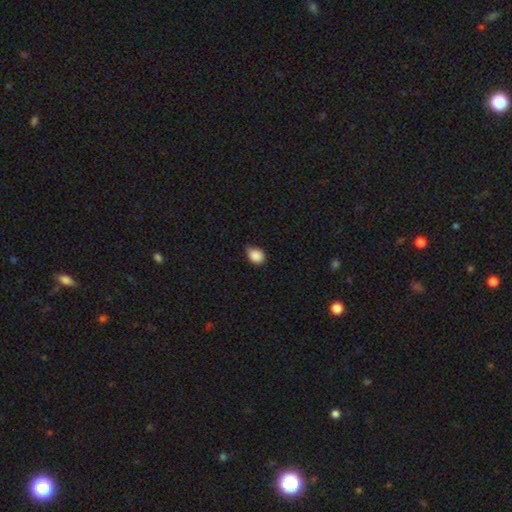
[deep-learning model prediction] This appears to be a smooth galaxy with no disk features (88%) that is in between round and cigar-shaped (50%). Merging: none (61%).